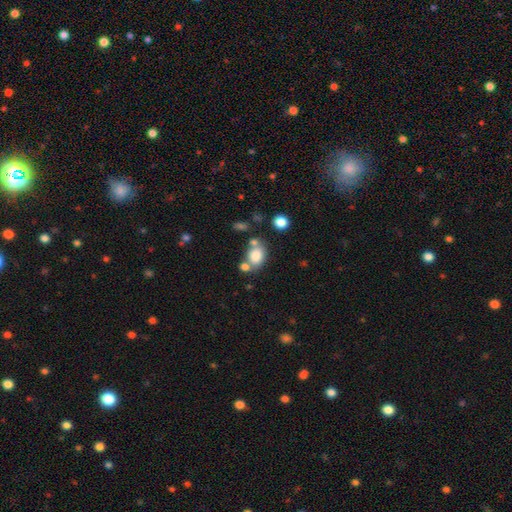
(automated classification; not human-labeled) Q: Smooth or featured?
A: smooth (80%); runner-up: star or artifact (10%)
Q: How rounded?
A: in between (62%); runner-up: round (37%)
Q: Merging?
A: none (52%); runner-up: merger (28%)